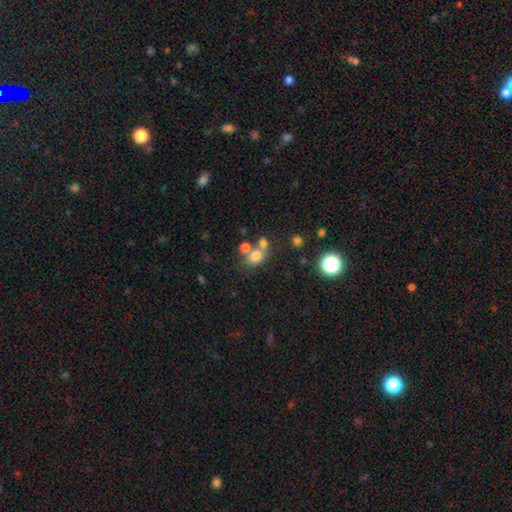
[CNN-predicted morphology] A smooth galaxy with no disk features (72%) that is in between round and cigar-shaped (51%). Merging: none (47%).